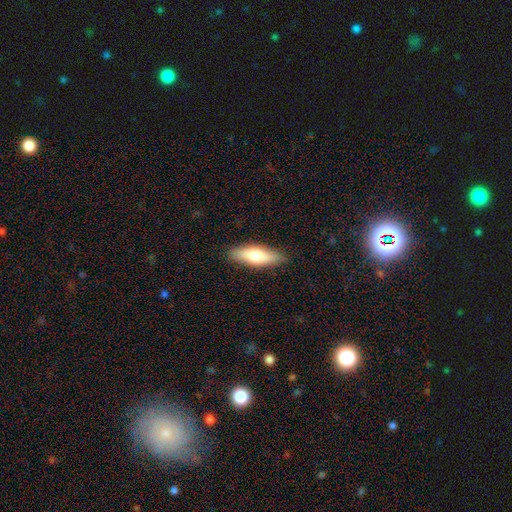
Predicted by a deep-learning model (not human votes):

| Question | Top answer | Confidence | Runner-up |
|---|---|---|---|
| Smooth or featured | smooth | 69% | featured or disk (25%) |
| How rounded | in between | 56% | cigar-shaped (42%) |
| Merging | none | 87% | minor disturbance (10%) |